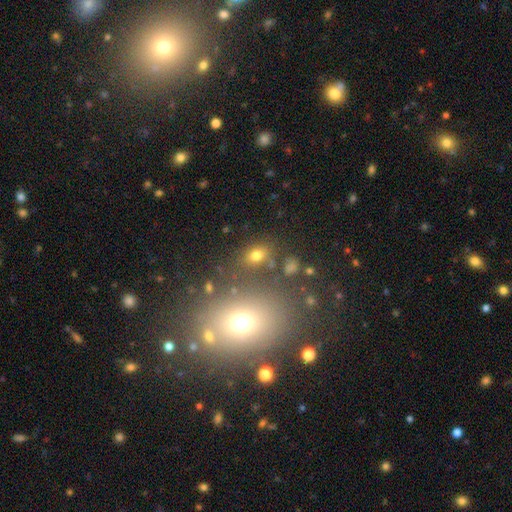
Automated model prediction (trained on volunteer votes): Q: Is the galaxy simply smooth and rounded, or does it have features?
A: smooth — 72%.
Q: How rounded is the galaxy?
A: in between — 73%.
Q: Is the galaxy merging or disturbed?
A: none — 73%.